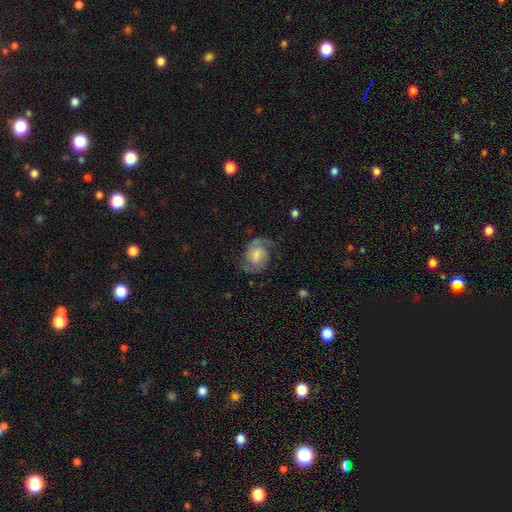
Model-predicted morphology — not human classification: This appears to be a featured or disk galaxy (77%) with a weak bar (47%), 2 (88%) medium (51%) spiral arms (95%) and a moderate central bulge (35%). Merging: none (73%).